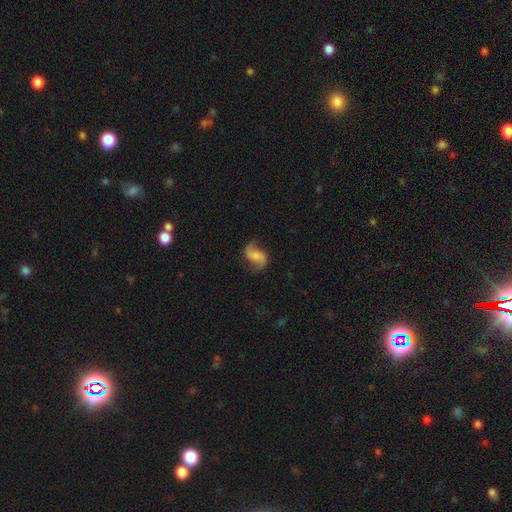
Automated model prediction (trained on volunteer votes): Smooth or featured? featured or disk (68%)
Edge-on disk? no (97%)
Bar? no (53%)
Spiral arms? yes (94%)
Spiral winding? loose (63%)
Spiral arm count? 2 (91%)
Bulge size? small (31%)
Merging? none (73%)